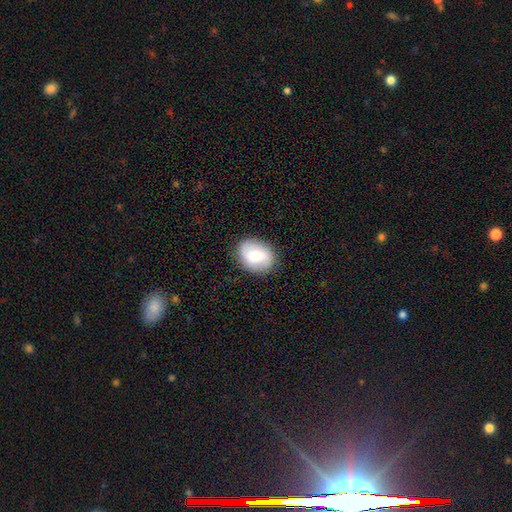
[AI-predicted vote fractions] This is possibly a smooth galaxy (58%). How rounded: likely in between (60%). Merging: clearly none (85%).